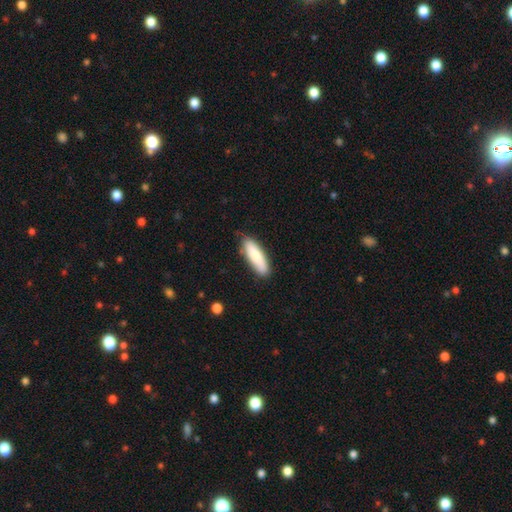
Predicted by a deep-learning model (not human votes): Morphology: type=smooth (77%); roundness=cigar-shaped (52%); merging=none (84%).